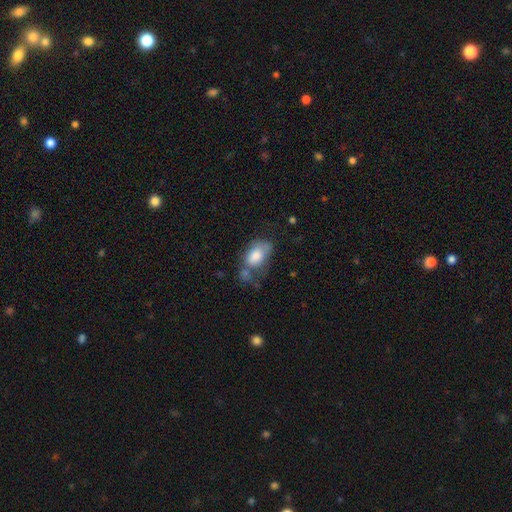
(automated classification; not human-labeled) A smooth galaxy with no disk features (78%) that is in between round and cigar-shaped (89%). Merging: none (36%).